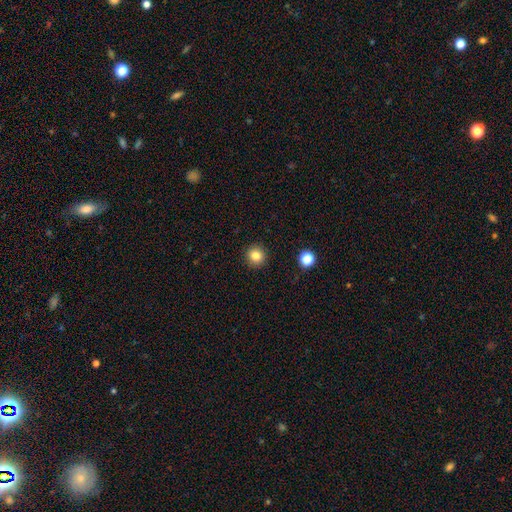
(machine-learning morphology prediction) Smooth or featured: smooth — 83% (star or artifact — 11%)
How rounded: round — 94% (in between — 6%)
Merging: none — 92% (minor disturbance — 5%)